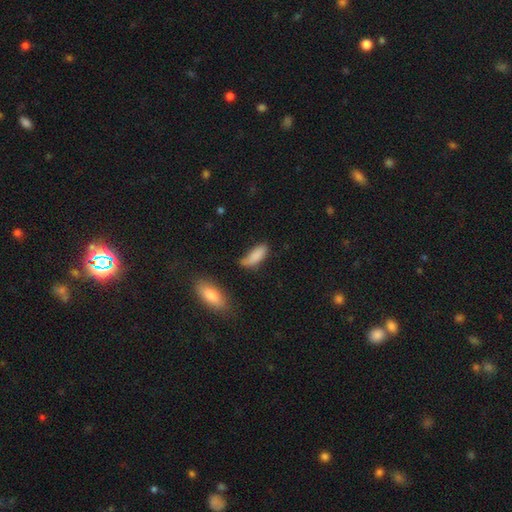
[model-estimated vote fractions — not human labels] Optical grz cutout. It shows a smooth galaxy with no disk features (84%) that is in between round and cigar-shaped (68%). Merging: none (48%).